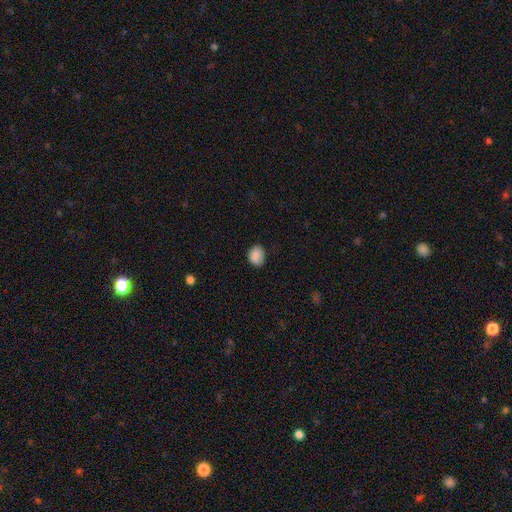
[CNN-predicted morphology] This appears to be a smooth galaxy with no disk features (87%) that is in between round and cigar-shaped (57%). Merging: none (76%).